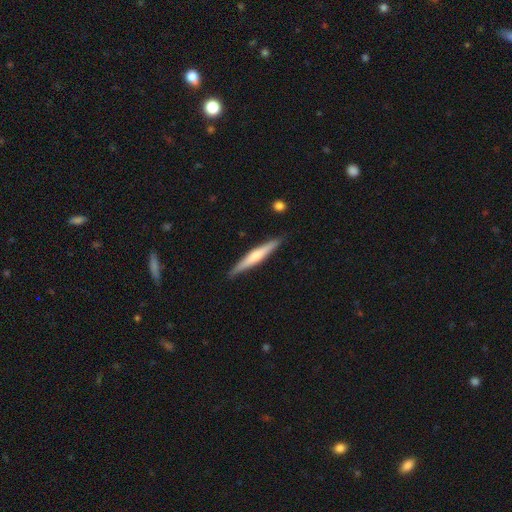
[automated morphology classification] A featured or disk galaxy (50%).

Vote fractions:
- Smooth or featured? featured or disk: 50% / smooth: 45% / star or artifact: 5%
- Merging? none: 88% / minor disturbance: 9% / major disturbance: 2% / merger: 1%